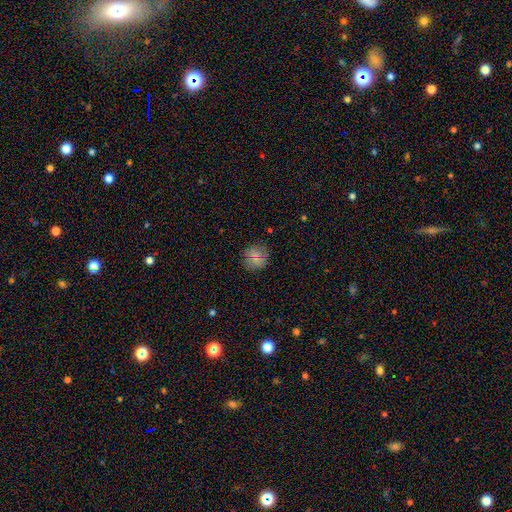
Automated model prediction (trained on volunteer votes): smooth_or_featured: smooth (p=0.71) [alt: featured or disk p=0.16]
how_rounded: round (p=0.86) [alt: in between p=0.13]
merging: none (p=0.78) [alt: minor disturbance p=0.15]